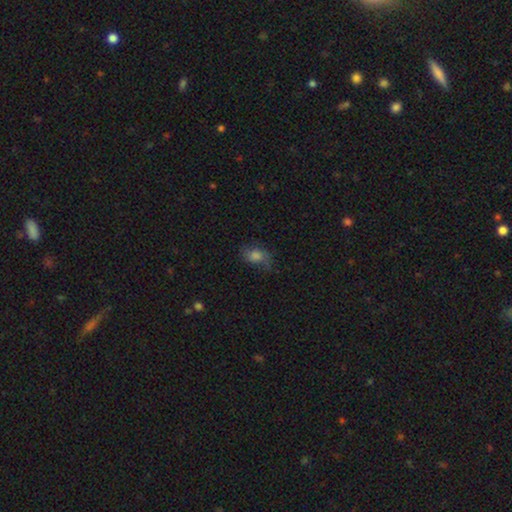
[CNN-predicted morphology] smooth_or_featured: smooth (p=0.63) [alt: featured or disk p=0.22]
how_rounded: in between (p=0.76) [alt: round p=0.22]
merging: none (p=0.57) [alt: minor disturbance p=0.27]